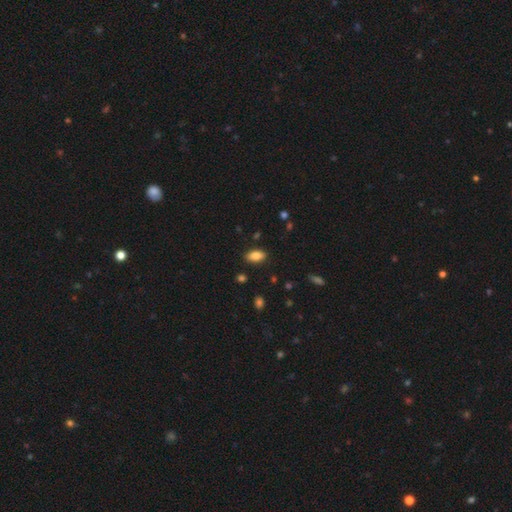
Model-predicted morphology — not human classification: The model was most divided on "merging": none: 86%, minor disturbance: 10%, major disturbance: 2%, merger: 1%. More confident: how rounded — in between (90%); smooth or featured — smooth (86%).